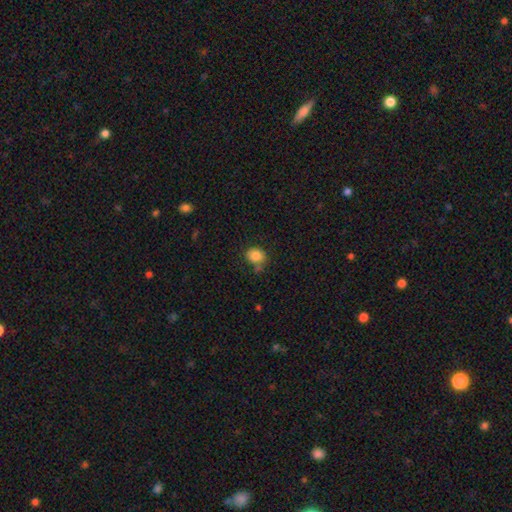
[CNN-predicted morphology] Q: Smooth or featured?
A: smooth (83%); runner-up: star or artifact (9%)
Q: How rounded?
A: round (58%); runner-up: in between (41%)
Q: Merging?
A: none (65%); runner-up: minor disturbance (20%)